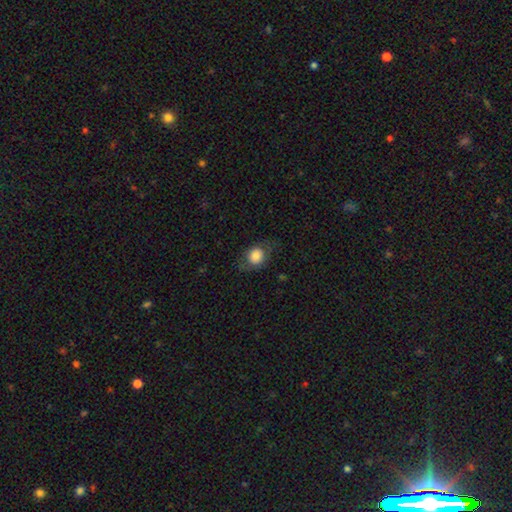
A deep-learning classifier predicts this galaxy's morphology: smooth 76%, featured or disk 16%, star or artifact 8%. Down the decision tree: how rounded — round (62%); merging — none (72%).